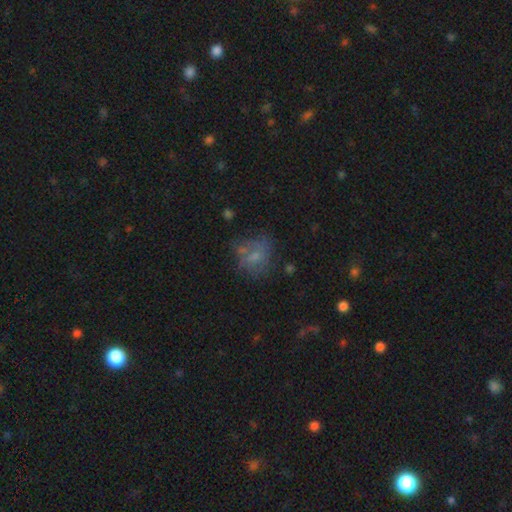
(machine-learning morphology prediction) smooth-or-featured: smooth: 52% | featured or disk: 30% | star or artifact: 18%
  how-rounded: round: 61% | in between: 37% | cigar-shaped: 1%
  merging: none: 48% | minor disturbance: 23% | major disturbance: 20% | merger: 10%